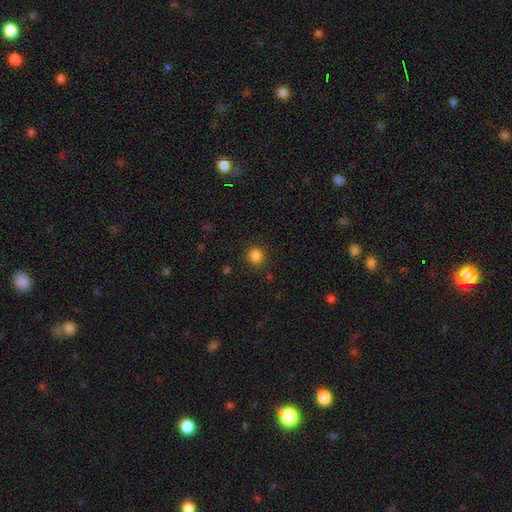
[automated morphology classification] Smooth or featured: smooth — 84% (star or artifact — 13%)
How rounded: round — 92% (in between — 7%)
Merging: none — 89% (minor disturbance — 7%)